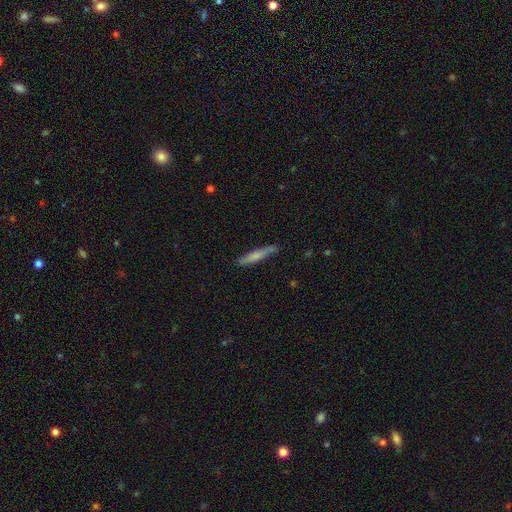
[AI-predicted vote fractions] smooth-or-featured: smooth: 62% | featured or disk: 32% | star or artifact: 6%
  how-rounded: cigar-shaped: 93% | in between: 6% | round: 1%
  merging: none: 81% | minor disturbance: 15% | major disturbance: 2% | merger: 2%